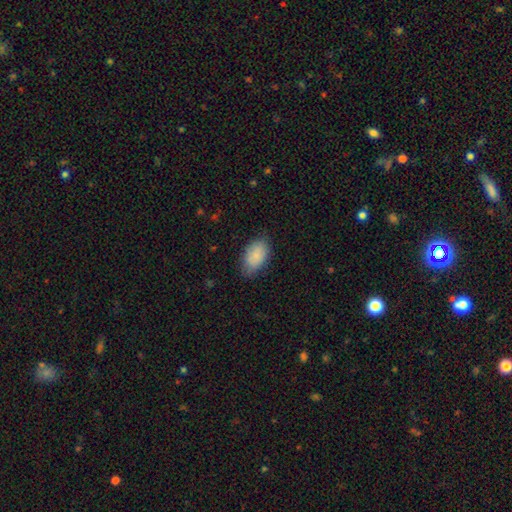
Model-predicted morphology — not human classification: Q: Smooth or featured?
A: smooth (87%); runner-up: star or artifact (6%)
Q: How rounded?
A: in between (91%); runner-up: round (7%)
Q: Merging?
A: none (76%); runner-up: minor disturbance (19%)